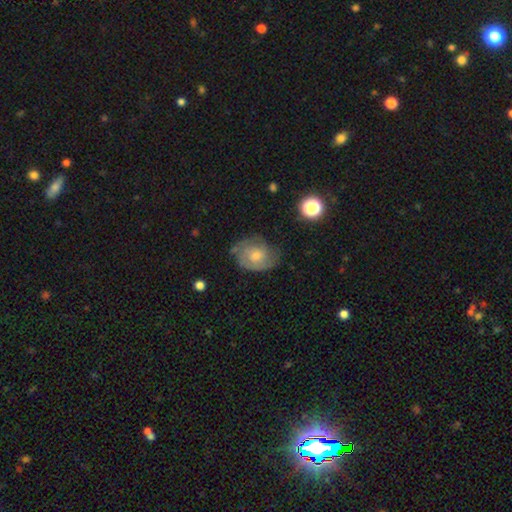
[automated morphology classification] smooth_or_featured: featured or disk (p=0.57) [alt: smooth p=0.34]
disk_edge_on: no (p=0.96) [alt: yes p=0.04]
bar: no (p=0.76) [alt: weak p=0.21]
has_spiral_arms: yes (p=0.82) [alt: no p=0.18]
bulge_size: moderate (p=0.52) [alt: small p=0.40]
merging: none (p=0.63) [alt: minor disturbance p=0.26]